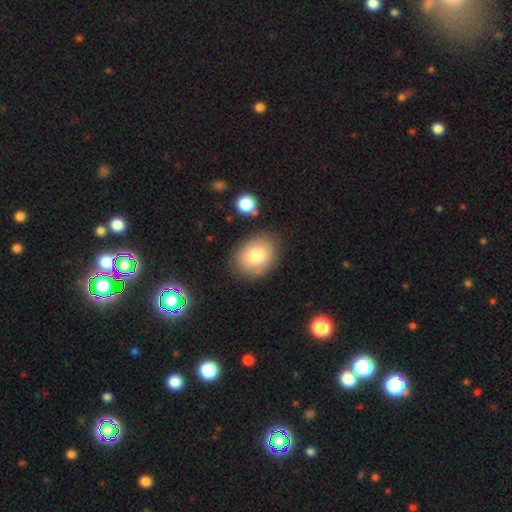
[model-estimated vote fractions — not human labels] Morphology: type=smooth (80%); roundness=in between (64%); merging=none (79%).